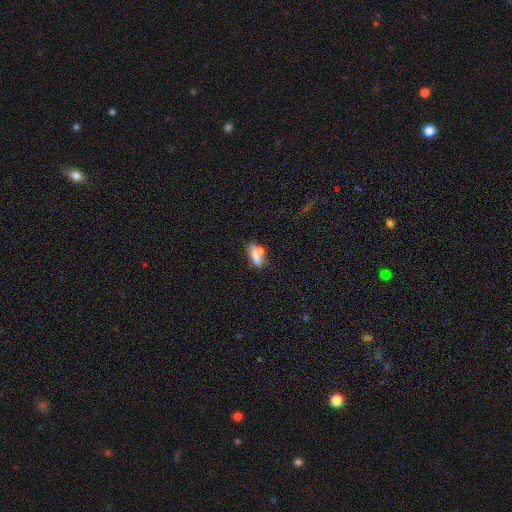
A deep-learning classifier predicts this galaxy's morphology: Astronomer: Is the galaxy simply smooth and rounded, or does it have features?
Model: smooth — 67%.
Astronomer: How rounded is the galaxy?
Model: in between — 71%.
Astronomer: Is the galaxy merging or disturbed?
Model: none — 41% (runner-up: merger, 30%).